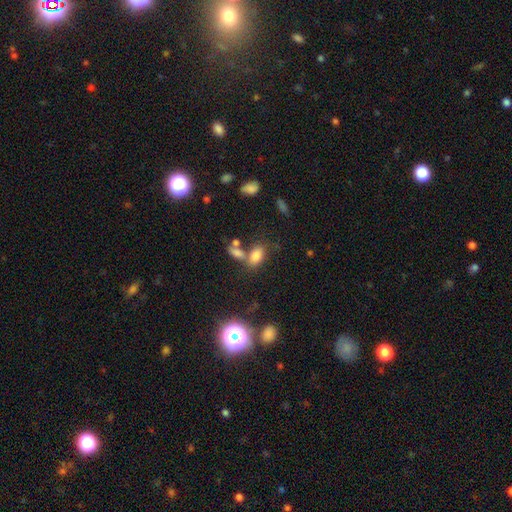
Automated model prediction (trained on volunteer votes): smooth 77%, star or artifact 14%, featured or disk 9%. Down the decision tree: how rounded — in between (88%); merging — none (49%).